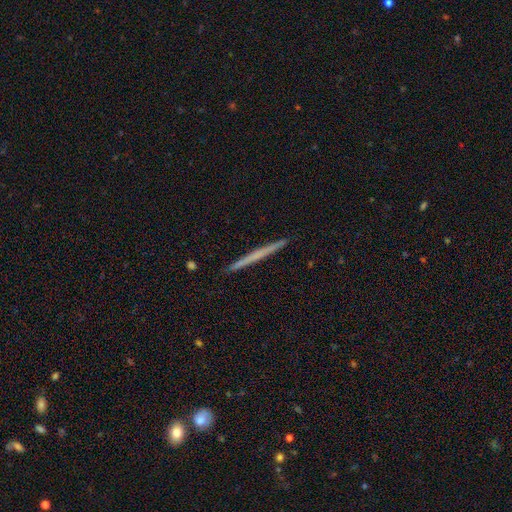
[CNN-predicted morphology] The model was most divided on "smooth or featured": featured or disk: 50%, smooth: 45%, star or artifact: 6%. More confident: merging — none (93%).